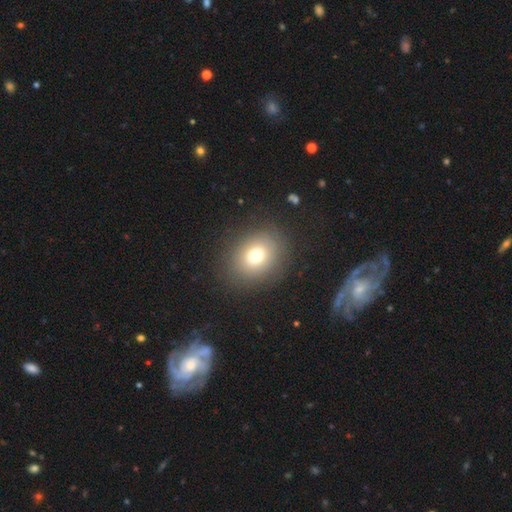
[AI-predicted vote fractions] This appears to be a smooth galaxy with no disk features (72%) that is round (61%). Merging: none (85%).